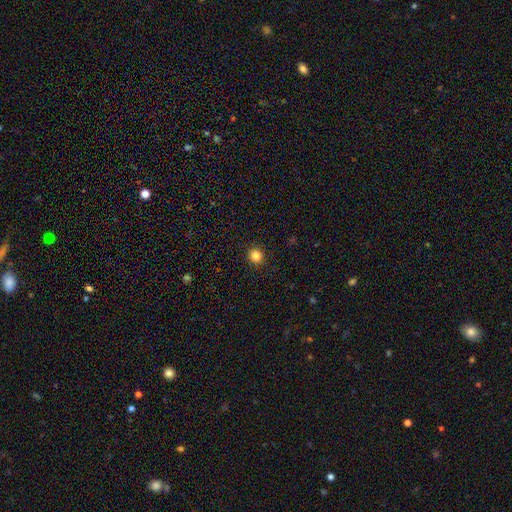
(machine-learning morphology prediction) A smooth galaxy with no disk features (84%) that is round (91%). Merging: none (92%).